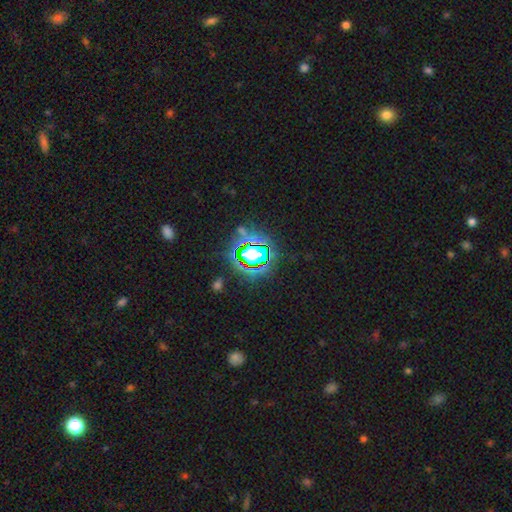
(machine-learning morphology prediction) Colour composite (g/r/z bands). It shows a star or artifact, not a galaxy (83%).